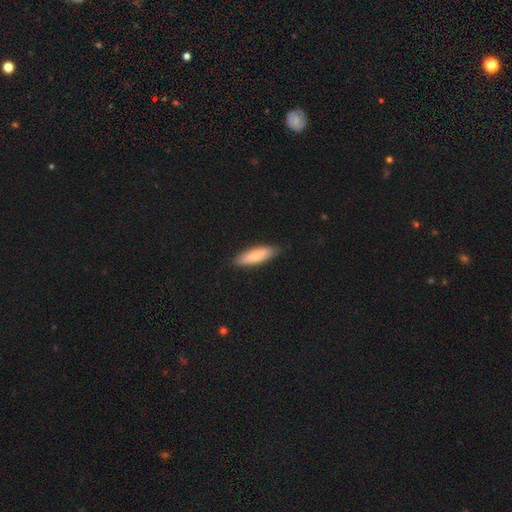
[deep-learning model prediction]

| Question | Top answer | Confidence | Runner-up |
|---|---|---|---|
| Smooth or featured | smooth | 69% | featured or disk (26%) |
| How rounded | cigar-shaped | 51% | in between (47%) |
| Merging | none | 84% | minor disturbance (12%) |